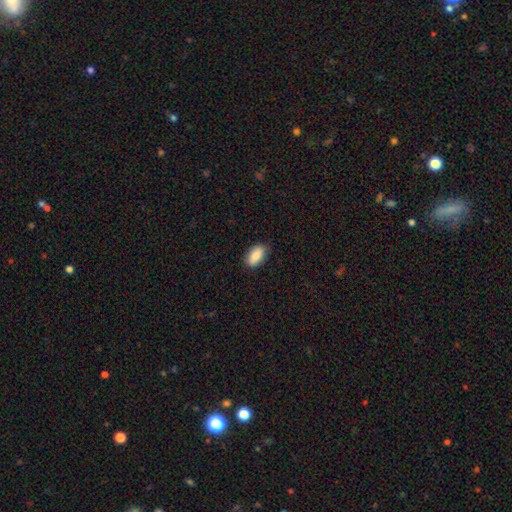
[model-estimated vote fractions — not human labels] Smooth or featured? smooth (86%)
How rounded? in between (92%)
Merging? none (86%)